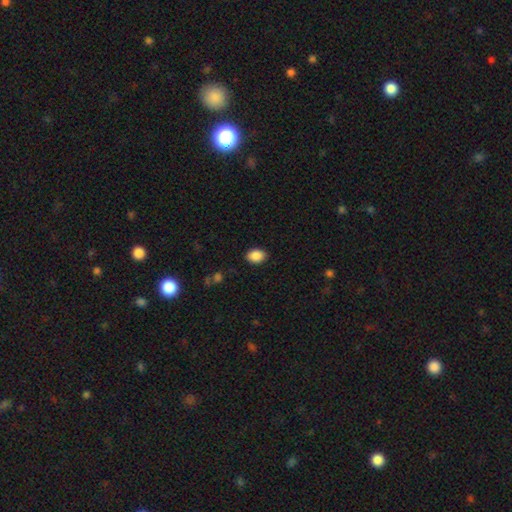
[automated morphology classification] Overall: smooth (88%). How rounded: in between (73%). Merging: none (88%).